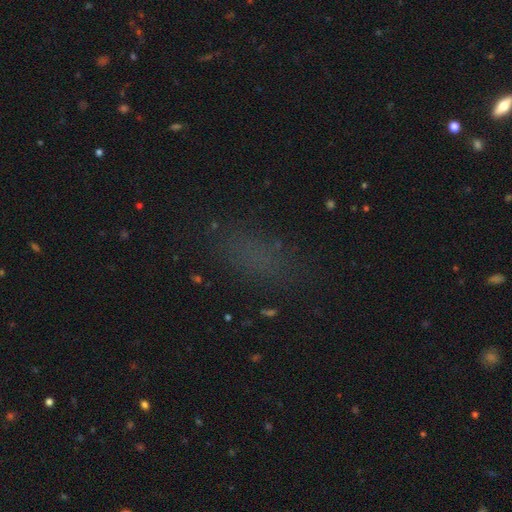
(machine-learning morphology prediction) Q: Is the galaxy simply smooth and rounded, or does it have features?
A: smooth — 58%.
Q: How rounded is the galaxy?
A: in between — 76%.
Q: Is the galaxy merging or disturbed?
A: none — 75%.